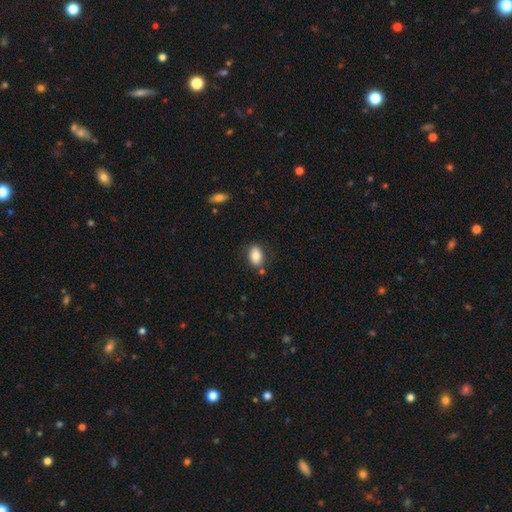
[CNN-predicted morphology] smooth_or_featured: smooth (p=0.80) [alt: featured or disk p=0.12]
how_rounded: in between (p=0.86) [alt: round p=0.12]
merging: none (p=0.76) [alt: minor disturbance p=0.14]